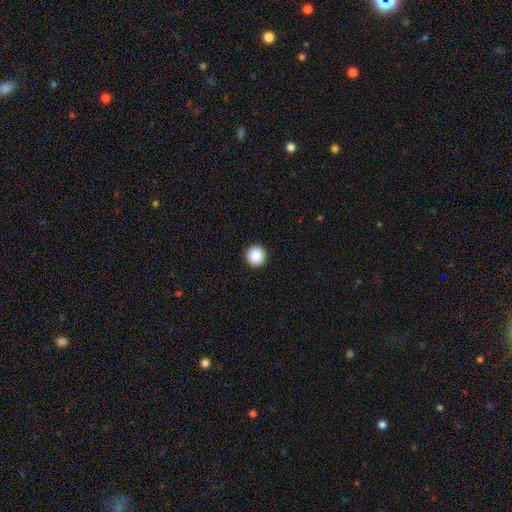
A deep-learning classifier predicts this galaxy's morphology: smooth 87%, star or artifact 9%, featured or disk 3%. Down the decision tree: how rounded — round (97%); merging — none (94%).